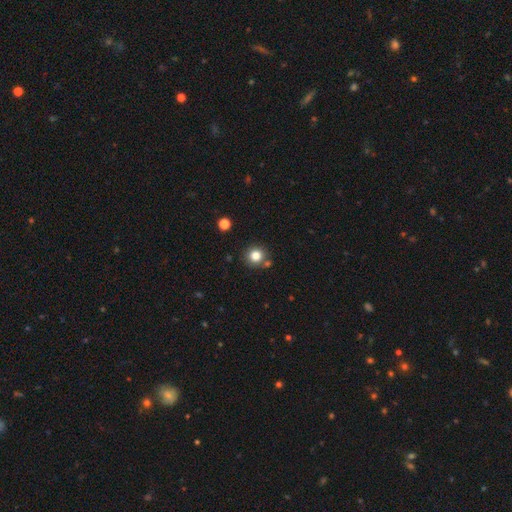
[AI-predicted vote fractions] smooth 81%, star or artifact 13%, featured or disk 7%. Down the decision tree: how rounded — round (92%); merging — none (80%).